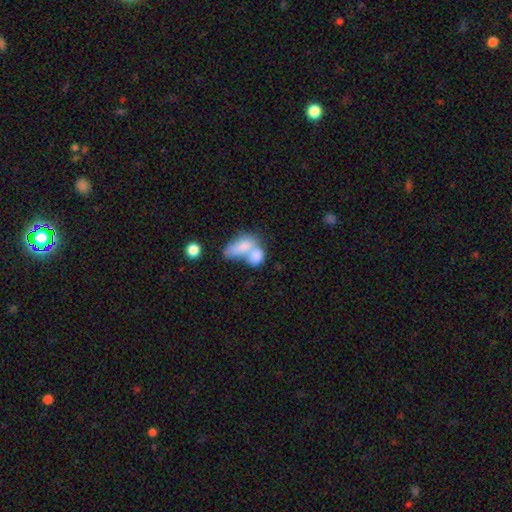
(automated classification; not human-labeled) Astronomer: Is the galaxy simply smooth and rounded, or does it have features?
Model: smooth — 74%.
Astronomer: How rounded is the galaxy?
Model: in between — 83%.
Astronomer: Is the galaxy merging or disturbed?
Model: merger — 73%.